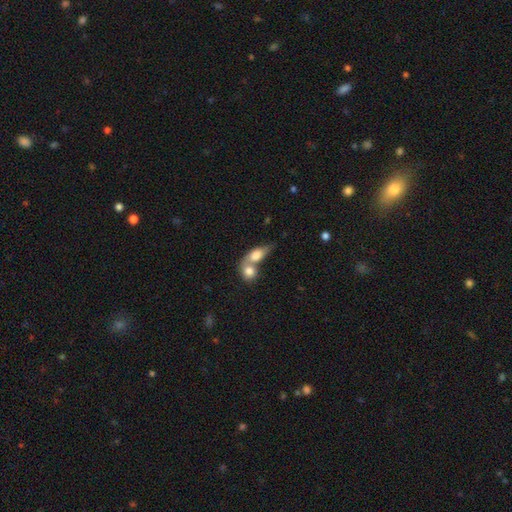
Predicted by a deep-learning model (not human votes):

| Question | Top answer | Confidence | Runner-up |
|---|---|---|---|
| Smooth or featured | smooth | 76% | featured or disk (17%) |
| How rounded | in between | 71% | round (22%) |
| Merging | merger | 73% | none (15%) |